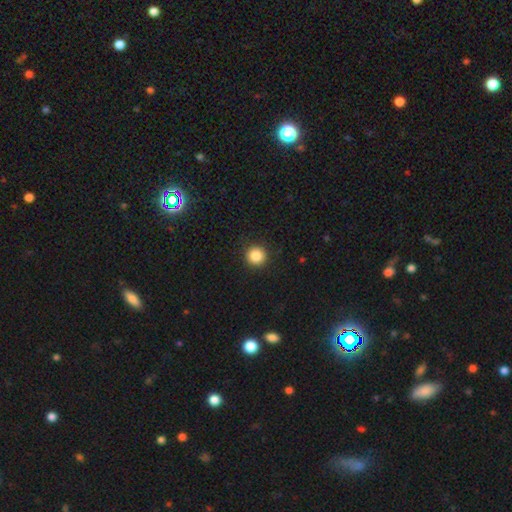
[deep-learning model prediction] smooth 85%, star or artifact 11%, featured or disk 4%. Down the decision tree: how rounded — round (95%); merging — none (92%).